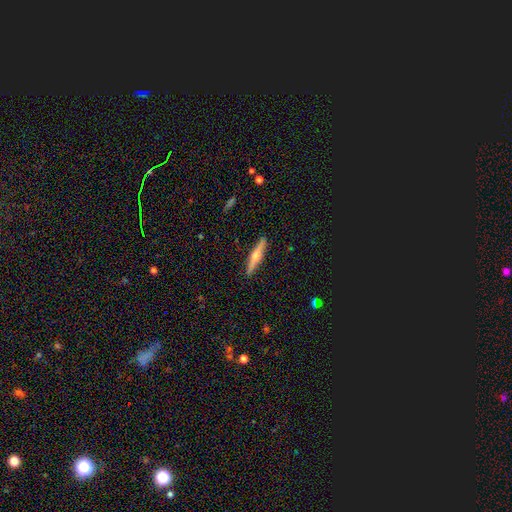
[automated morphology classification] A featured or disk galaxy (63%) viewed edge-on (97%) with a rounded central bulge (91%).

Vote fractions:
- Smooth or featured? featured or disk: 63% / smooth: 31% / star or artifact: 6%
- Edge-on disk? yes: 97% / no: 3%
- Edge-on bulge? rounded: 91% / none: 6% / boxy: 3%
- Merging? none: 91% / minor disturbance: 6% / major disturbance: 1% / merger: 1%